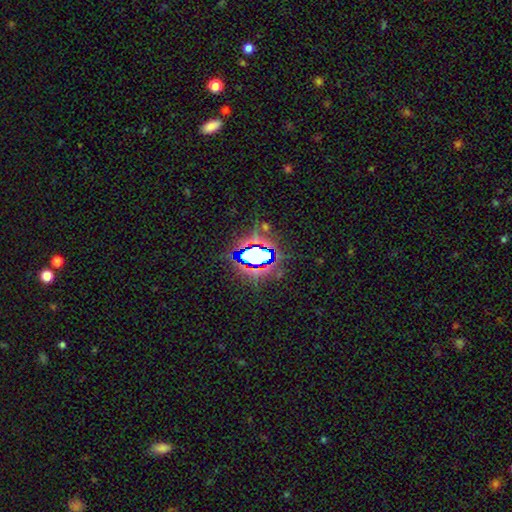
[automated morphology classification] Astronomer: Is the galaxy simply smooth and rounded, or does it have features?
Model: star or artifact — 72%.